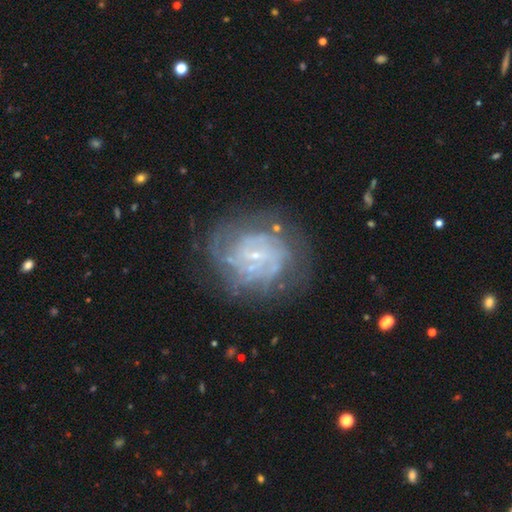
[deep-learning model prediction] A featured or disk galaxy (80%) with no bar (54%), tight (62%) spiral arms (87%) and a small central bulge (81%). Merging: none (69%).